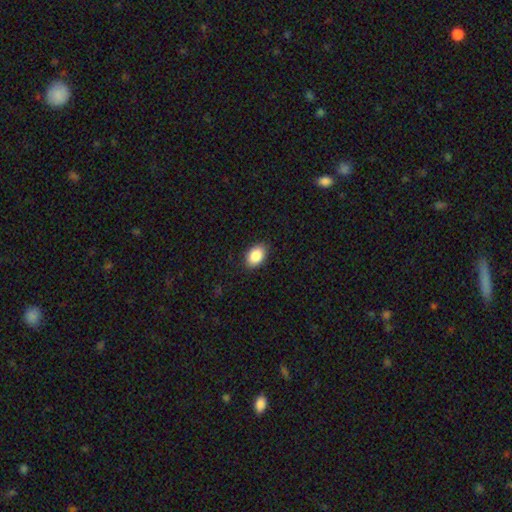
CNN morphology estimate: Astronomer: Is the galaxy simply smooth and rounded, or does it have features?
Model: smooth — 88%.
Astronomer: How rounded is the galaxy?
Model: in between — 86%.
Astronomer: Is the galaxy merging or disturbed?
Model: none — 87%.